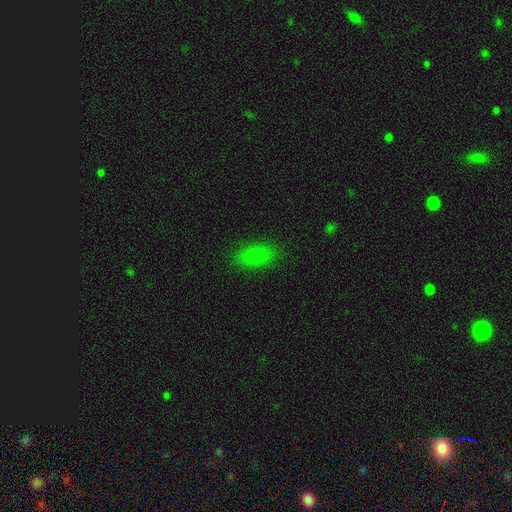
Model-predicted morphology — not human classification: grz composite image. It shows a smooth galaxy with no disk features (79%) that is in between round and cigar-shaped (88%). Merging: none (83%).